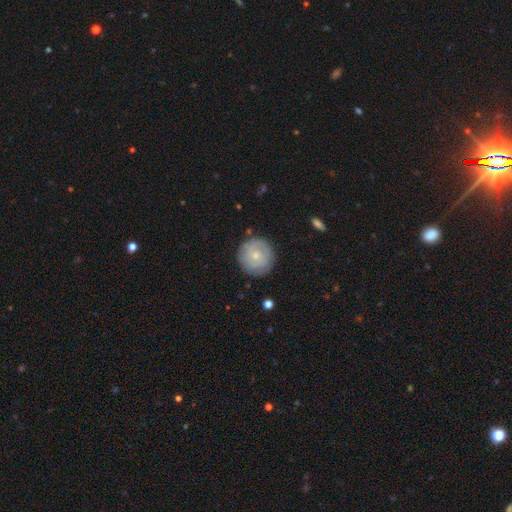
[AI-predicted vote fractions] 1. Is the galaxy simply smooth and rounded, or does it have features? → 57% smooth, 37% featured or disk, 6% star or artifact.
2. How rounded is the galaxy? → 94% round, 5% in between, 1% cigar-shaped.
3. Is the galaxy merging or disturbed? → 85% none, 11% minor disturbance, 3% major disturbance, 1% merger.